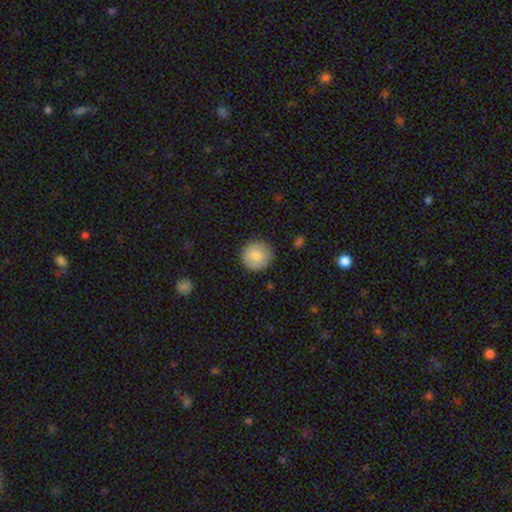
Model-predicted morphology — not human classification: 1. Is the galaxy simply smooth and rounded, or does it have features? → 83% smooth, 10% featured or disk, 7% star or artifact.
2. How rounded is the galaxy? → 94% round, 5% in between, 1% cigar-shaped.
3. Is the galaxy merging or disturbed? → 88% none, 9% minor disturbance, 2% major disturbance, 1% merger.